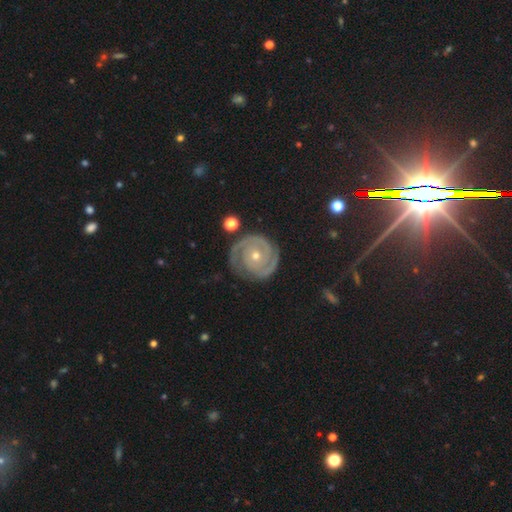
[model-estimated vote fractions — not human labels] Smooth or featured?
  - featured or disk: 90% *
  - star or artifact: 5%
  - smooth: 5%
Edge-on disk?
  - no: 98% *
  - yes: 2%
Bar?
  - no: 79% *
  - weak: 15%
  - strong: 6%
Spiral arms?
  - yes: 98% *
  - no: 2%
Spiral winding?
  - tight: 81% *
  - medium: 16%
  - loose: 3%
Spiral arm count?
  - 2: 76% *
  - 3: 10%
  - can't tell: 6%
  - 1: 3%
  - 4: 2%
  - more than 4: 2%
Bulge size?
  - small: 60% *
  - moderate: 37%
  - large: 1%
  - none: 1%
  - dominant: 1%
Merging?
  - none: 81% *
  - minor disturbance: 14%
  - major disturbance: 4%
  - merger: 2%